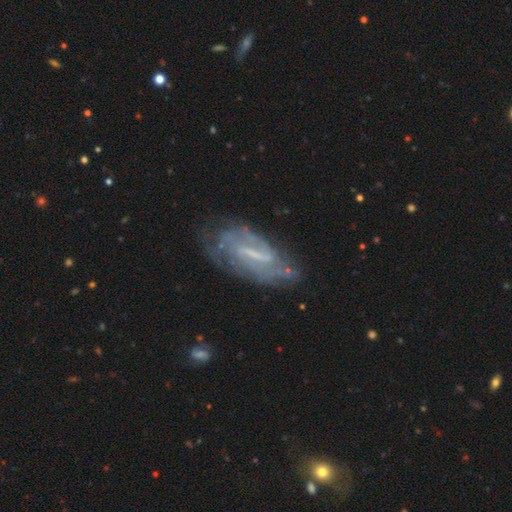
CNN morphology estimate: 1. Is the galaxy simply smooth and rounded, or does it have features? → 74% featured or disk, 15% smooth, 10% star or artifact.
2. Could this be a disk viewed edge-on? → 89% no, 11% yes.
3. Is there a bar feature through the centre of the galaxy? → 42% weak, 40% strong, 18% no.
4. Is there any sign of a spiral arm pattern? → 81% yes, 19% no.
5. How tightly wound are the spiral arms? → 46% tight, 36% medium, 17% loose.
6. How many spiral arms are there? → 46% can't tell, 33% 2, 9% 3, 5% 1, 5% 4, 3% more than 4.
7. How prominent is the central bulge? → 42% small, 34% none, 21% moderate, 2% large, 1% dominant.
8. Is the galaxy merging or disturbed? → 65% none, 21% minor disturbance, 11% major disturbance, 3% merger.